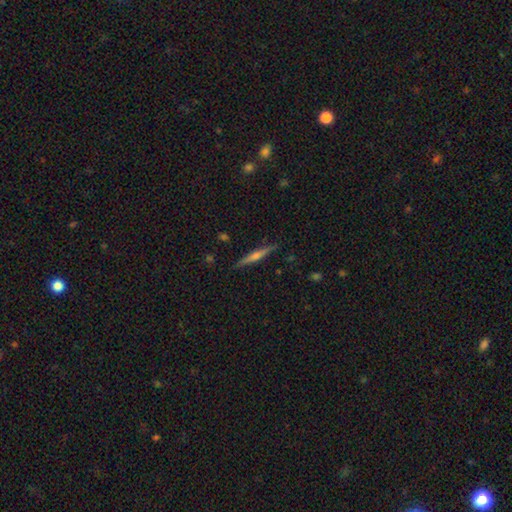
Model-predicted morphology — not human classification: Q: Smooth or featured?
A: featured or disk (68%); runner-up: smooth (26%)
Q: Edge-on disk?
A: yes (98%); runner-up: no (2%)
Q: Edge-on bulge?
A: rounded (79%); runner-up: none (12%)
Q: Merging?
A: none (90%); runner-up: minor disturbance (7%)